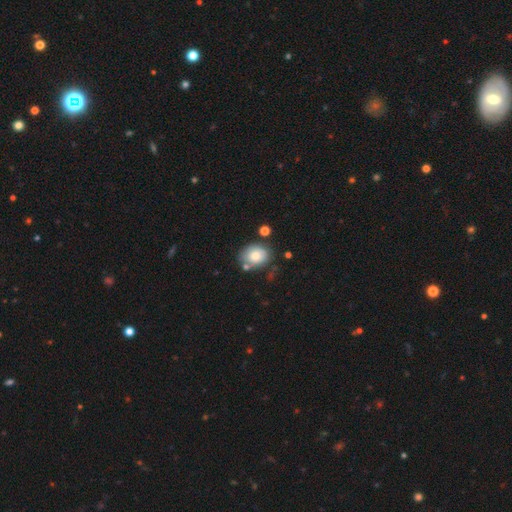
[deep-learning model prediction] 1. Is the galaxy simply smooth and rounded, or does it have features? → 73% smooth, 18% featured or disk, 8% star or artifact.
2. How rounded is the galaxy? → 57% in between, 42% round, 1% cigar-shaped.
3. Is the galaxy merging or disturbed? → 61% none, 20% minor disturbance, 12% merger, 6% major disturbance.